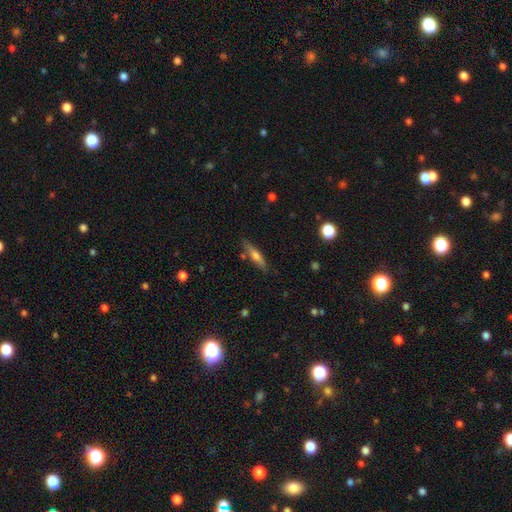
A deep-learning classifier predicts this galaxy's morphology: Smooth or featured? Predicted: smooth (p=0.57). How rounded? Predicted: cigar-shaped (p=0.75). Merging? Predicted: none (p=0.80).